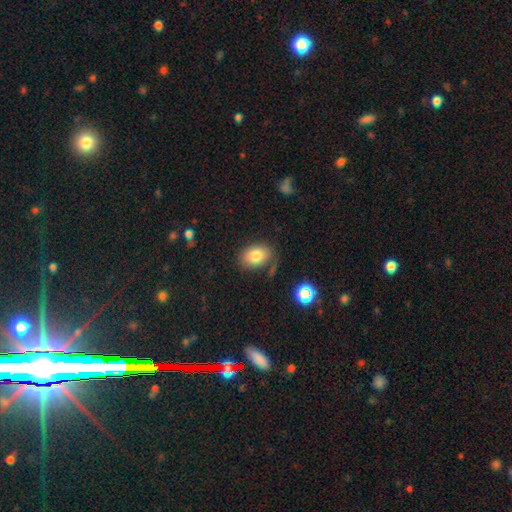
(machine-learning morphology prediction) The model was most divided on "how rounded": in between: 77%, round: 21%, cigar-shaped: 1%. More confident: smooth or featured — smooth (81%); merging — none (75%).